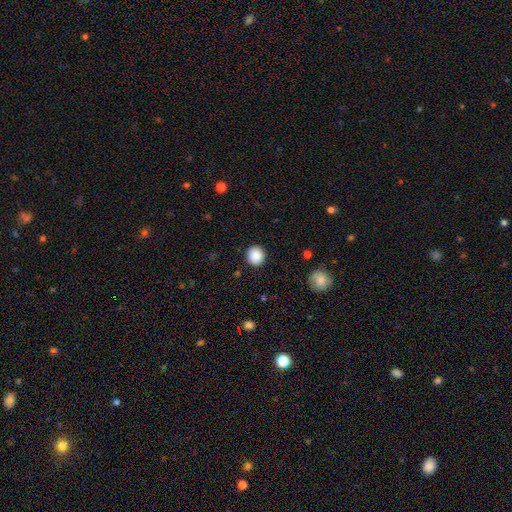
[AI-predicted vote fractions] This appears to be a smooth galaxy with no disk features (89%) that is round (93%). Merging: none (91%).